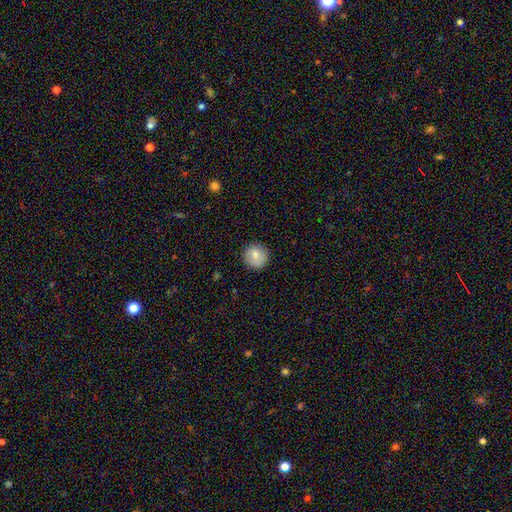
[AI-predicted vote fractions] Smooth or featured?
  - smooth: 82% *
  - featured or disk: 10%
  - star or artifact: 8%
How rounded?
  - round: 94% *
  - in between: 6%
  - cigar-shaped: 1%
Merging?
  - none: 89% *
  - minor disturbance: 8%
  - major disturbance: 2%
  - merger: 1%